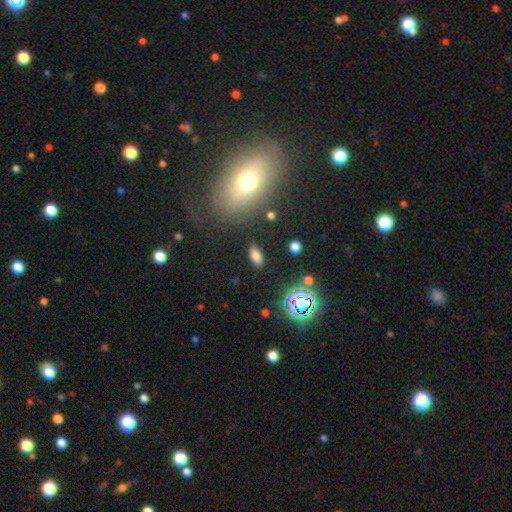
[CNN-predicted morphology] Overall: smooth (74%). How rounded: in between (84%). Merging: none (87%).